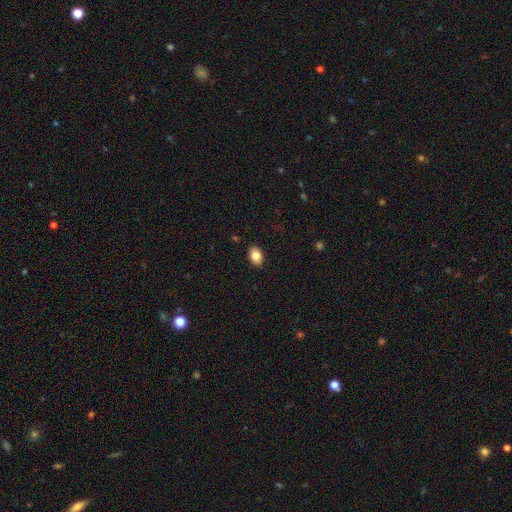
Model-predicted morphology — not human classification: smooth-or-featured: smooth: 84% | featured or disk: 8% | star or artifact: 8%
  how-rounded: in between: 82% | round: 17% | cigar-shaped: 1%
  merging: none: 89% | minor disturbance: 8% | major disturbance: 2% | merger: 1%